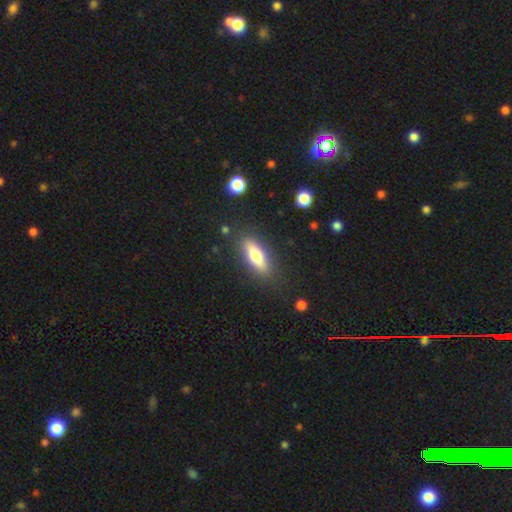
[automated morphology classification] This is likely a smooth galaxy (60%). How rounded: possibly in between (50%). Merging: clearly none (85%).